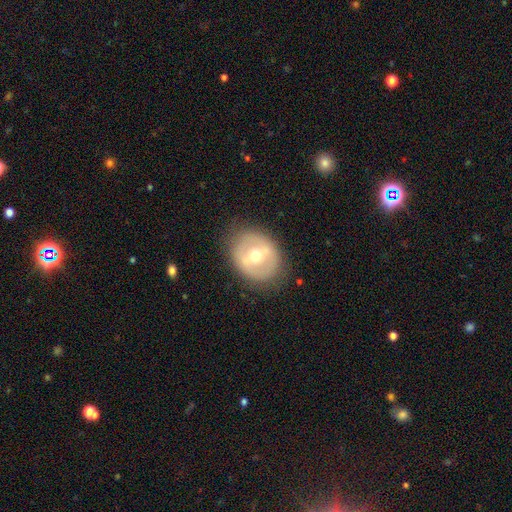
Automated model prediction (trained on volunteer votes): Q: Smooth or featured?
A: featured or disk (60%); runner-up: smooth (34%)
Q: Edge-on disk?
A: no (93%); runner-up: yes (7%)
Q: Bar?
A: strong (40%); runner-up: weak (38%)
Q: Spiral arms?
A: no (79%); runner-up: yes (21%)
Q: Bulge size?
A: moderate (72%); runner-up: small (21%)
Q: Merging?
A: none (80%); runner-up: minor disturbance (13%)